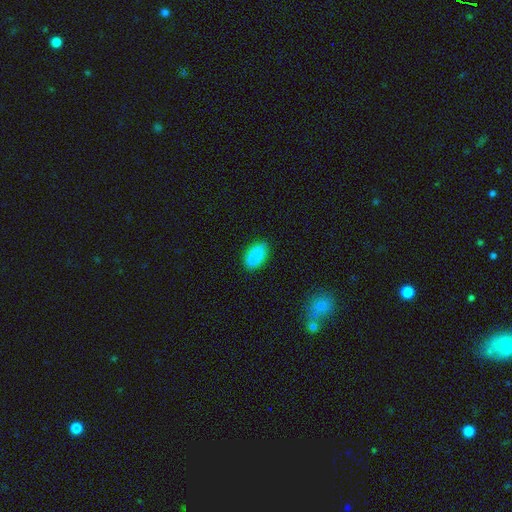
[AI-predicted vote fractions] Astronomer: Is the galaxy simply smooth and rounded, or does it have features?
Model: smooth — 90%.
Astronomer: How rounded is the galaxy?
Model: in between — 93%.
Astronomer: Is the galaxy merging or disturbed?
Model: none — 88%.